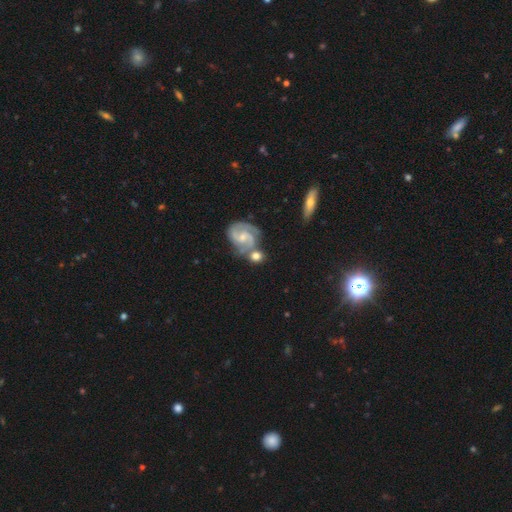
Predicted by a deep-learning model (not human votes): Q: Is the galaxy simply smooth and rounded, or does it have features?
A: featured or disk — 62%.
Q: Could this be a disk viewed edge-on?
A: no — 96%.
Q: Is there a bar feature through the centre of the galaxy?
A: no — 47%.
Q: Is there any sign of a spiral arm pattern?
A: yes — 93%.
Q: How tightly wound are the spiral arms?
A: medium — 52%.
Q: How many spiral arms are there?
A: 2 — 74%.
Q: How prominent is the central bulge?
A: small — 59%.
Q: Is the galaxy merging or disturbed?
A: none — 51%.